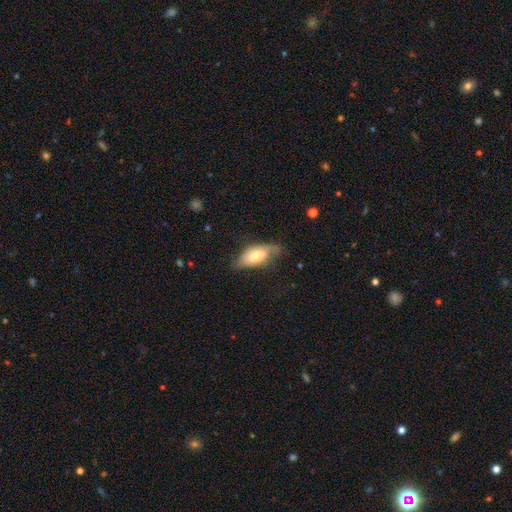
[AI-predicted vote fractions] The model was most divided on "merging": none: 54%, minor disturbance: 33%, major disturbance: 12%, merger: 2%. More confident: how rounded — in between (84%); smooth or featured — smooth (59%).